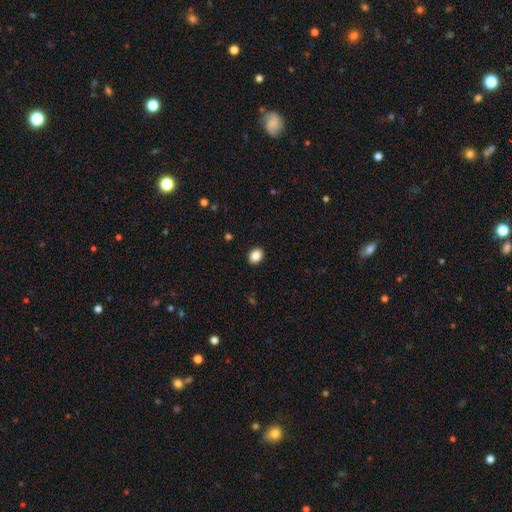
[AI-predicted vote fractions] Smooth or featured? Predicted: smooth (p=0.87). How rounded? Predicted: in between (p=0.65). Merging? Predicted: none (p=0.91).